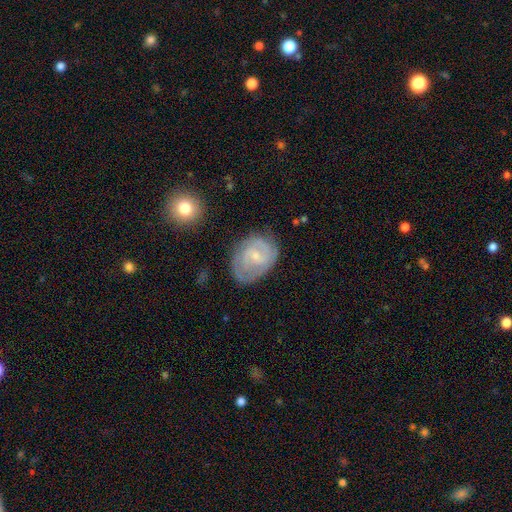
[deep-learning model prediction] Smooth or featured?
  - featured or disk: 74% *
  - smooth: 20%
  - star or artifact: 6%
Edge-on disk?
  - no: 97% *
  - yes: 3%
Bar?
  - weak: 51% *
  - no: 40%
  - strong: 9%
Spiral arms?
  - yes: 90% *
  - no: 10%
Spiral winding?
  - tight: 49% *
  - medium: 39%
  - loose: 12%
Spiral arm count?
  - 2: 56% *
  - can't tell: 26%
  - 3: 9%
  - 1: 4%
  - 4: 3%
  - more than 4: 2%
Bulge size?
  - small: 73% *
  - moderate: 22%
  - none: 3%
  - large: 1%
  - dominant: 1%
Merging?
  - none: 68% *
  - minor disturbance: 22%
  - major disturbance: 8%
  - merger: 2%